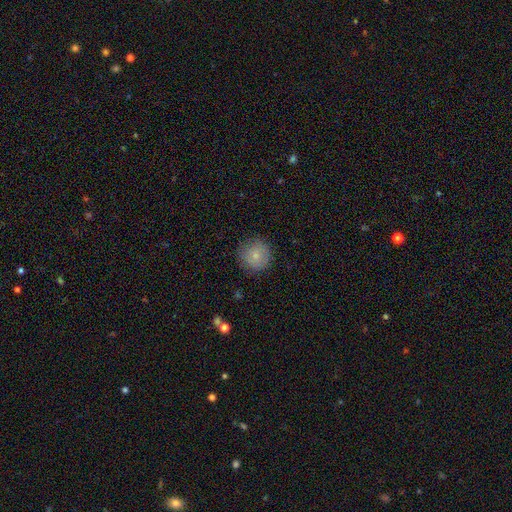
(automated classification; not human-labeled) The model was most divided on "smooth or featured": smooth: 78%, featured or disk: 14%, star or artifact: 8%. More confident: how rounded — round (94%); merging — none (84%).